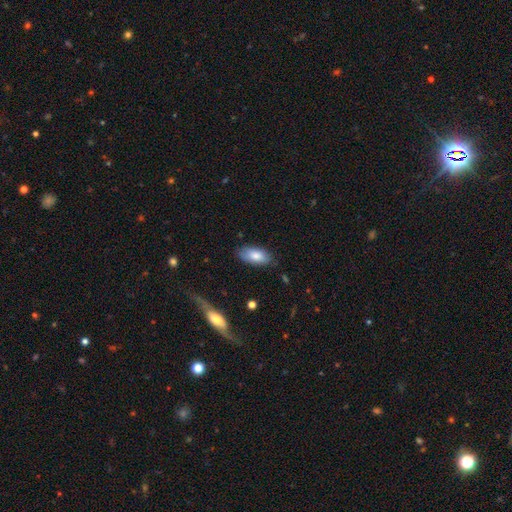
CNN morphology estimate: The model was most divided on "merging": none: 79%, minor disturbance: 16%, major disturbance: 3%, merger: 2%. More confident: how rounded — in between (91%); smooth or featured — smooth (81%).